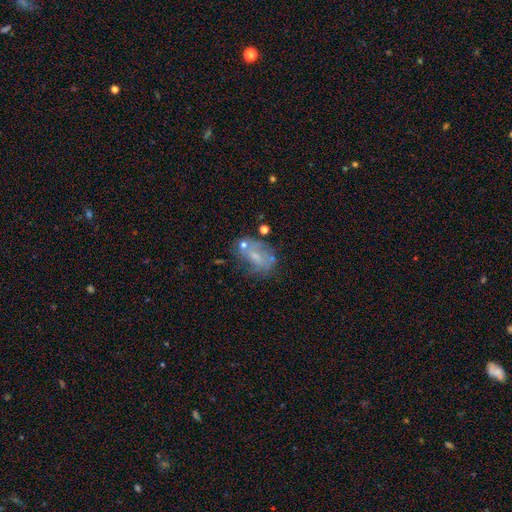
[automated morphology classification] featured or disk 45%, smooth 41%, star or artifact 13%. Down the decision tree: merging — none (44%).